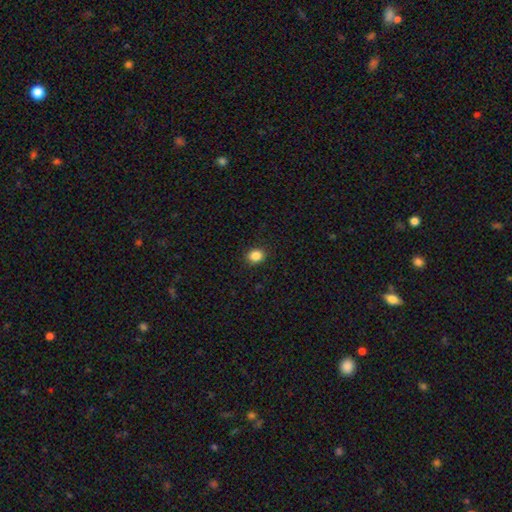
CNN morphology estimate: The model was most divided on "how rounded": round: 61%, in between: 38%, cigar-shaped: 1%. More confident: merging — none (90%); smooth or featured — smooth (86%).